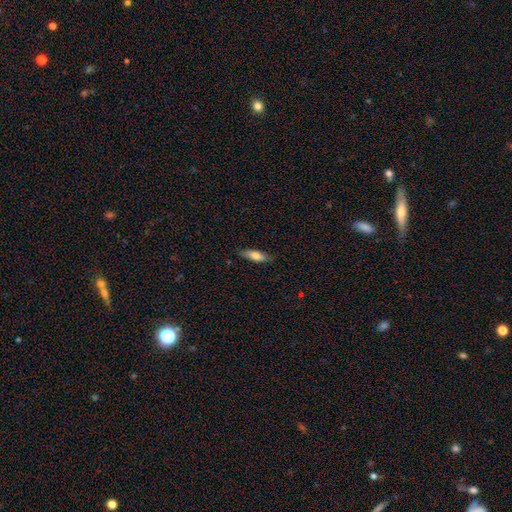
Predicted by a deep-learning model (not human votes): smooth 76%, featured or disk 18%, star or artifact 6%. Down the decision tree: how rounded — in between (51%); merging — none (81%).